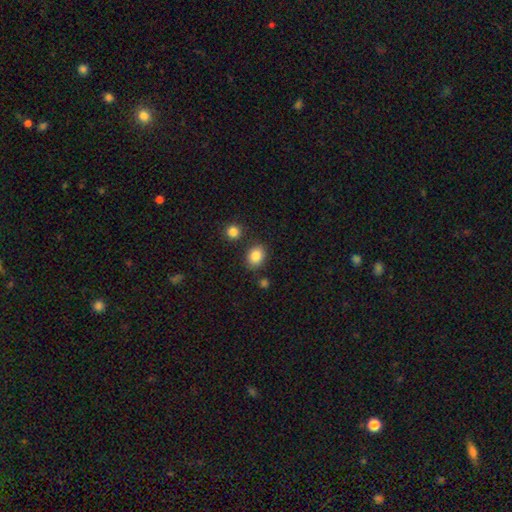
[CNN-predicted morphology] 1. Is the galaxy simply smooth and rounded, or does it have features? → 86% smooth, 9% star or artifact, 5% featured or disk.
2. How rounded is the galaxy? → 52% in between, 47% round, 1% cigar-shaped.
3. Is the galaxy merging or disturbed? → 80% none, 11% minor disturbance, 6% merger, 3% major disturbance.